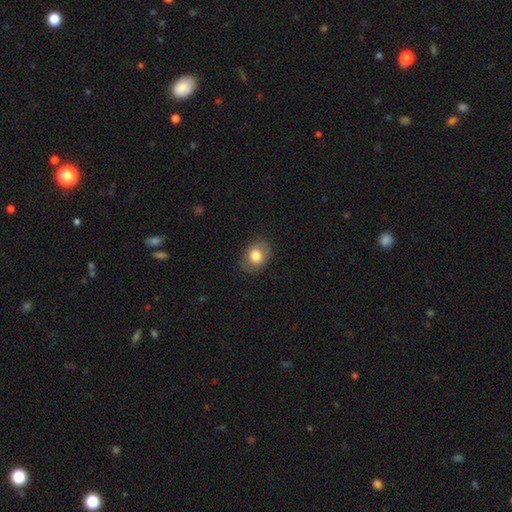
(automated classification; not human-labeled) Q: Smooth or featured?
A: smooth (76%); runner-up: featured or disk (16%)
Q: How rounded?
A: in between (68%); runner-up: round (31%)
Q: Merging?
A: none (81%); runner-up: minor disturbance (14%)